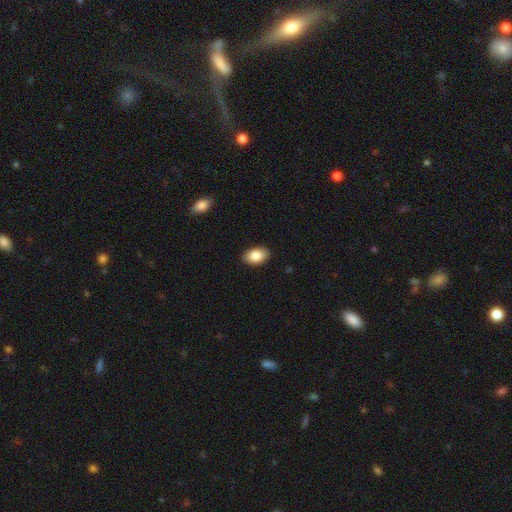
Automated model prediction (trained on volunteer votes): Morphology: type=smooth (86%); roundness=in between (89%); merging=none (89%).